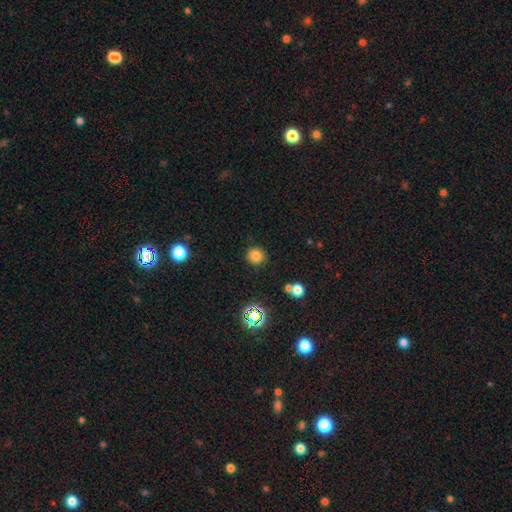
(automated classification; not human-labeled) Smooth or featured? smooth (79%)
How rounded? round (92%)
Merging? none (88%)